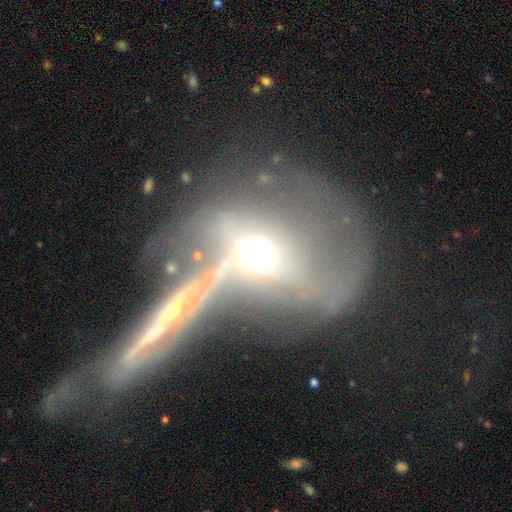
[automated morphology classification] This is possibly a featured or disk galaxy (58%). It is likely not viewed edge-on (78%). Merging: possibly merger (47%).